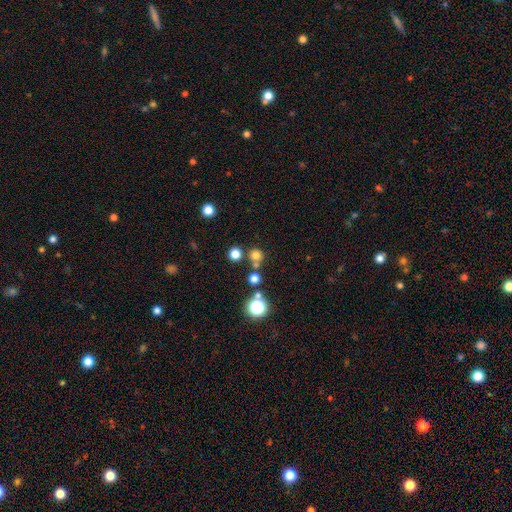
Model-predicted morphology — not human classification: smooth-or-featured: smooth: 70% | star or artifact: 23% | featured or disk: 7%
  how-rounded: round: 92% | in between: 7% | cigar-shaped: 1%
  merging: none: 70% | merger: 20% | minor disturbance: 7% | major disturbance: 3%